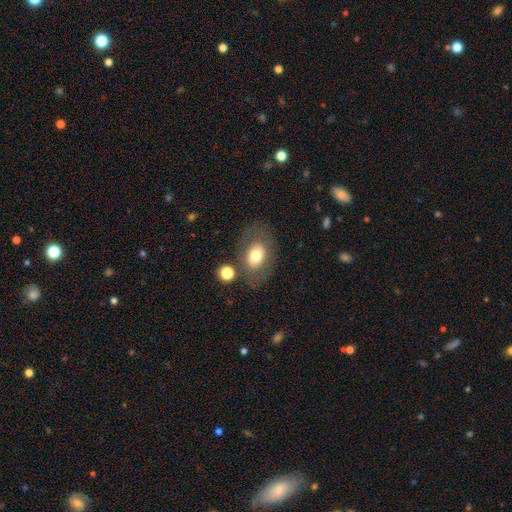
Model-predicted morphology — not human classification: The model was most divided on "smooth or featured": smooth: 67%, featured or disk: 24%, star or artifact: 9%. More confident: how rounded — in between (76%); merging — none (71%).